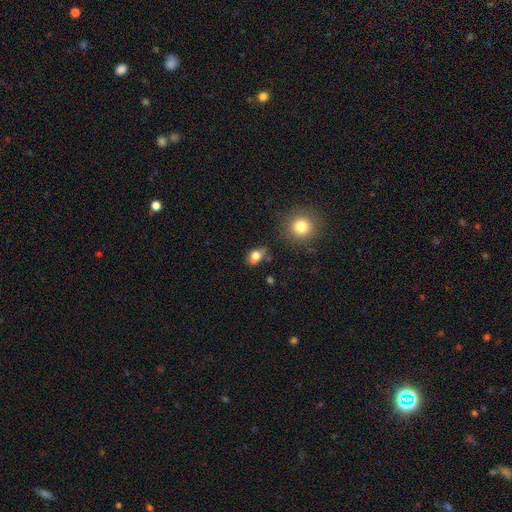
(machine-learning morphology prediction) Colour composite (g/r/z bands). It shows a smooth galaxy with no disk features (67%) that is in between round and cigar-shaped (71%). Merging: none (57%).